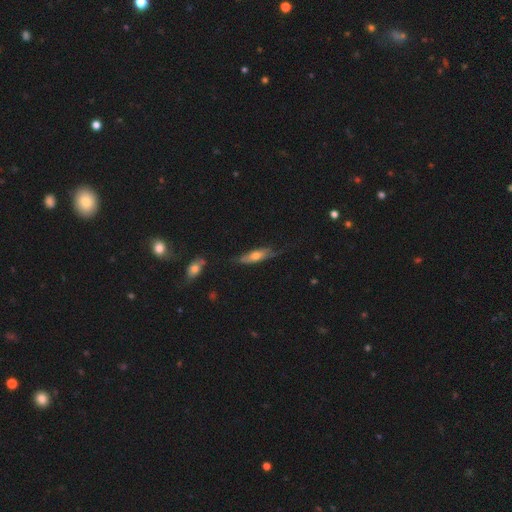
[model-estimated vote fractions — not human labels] Morphology: type=smooth (49%); merging=none (57%).